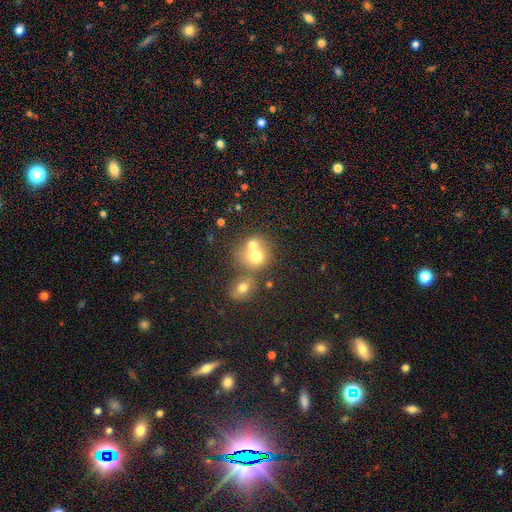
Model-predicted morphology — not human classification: Smooth or featured: smooth — 69% (featured or disk — 19%)
How rounded: round — 75% (in between — 24%)
Merging: merger — 57% (none — 33%)